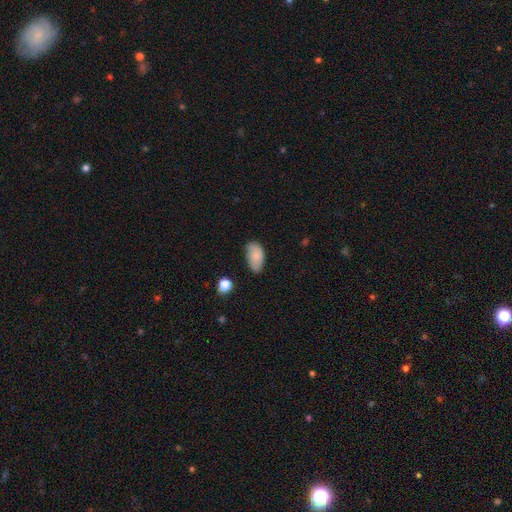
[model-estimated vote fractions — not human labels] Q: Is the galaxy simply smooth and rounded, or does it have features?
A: smooth — 82%.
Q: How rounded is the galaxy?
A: in between — 93%.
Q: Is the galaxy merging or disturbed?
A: none — 67%.